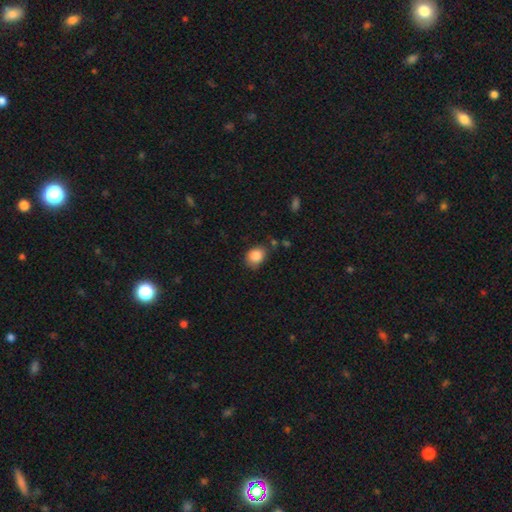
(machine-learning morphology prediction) Overall: smooth (87%). How rounded: in between (53%; round 46%). Merging: none (73%).